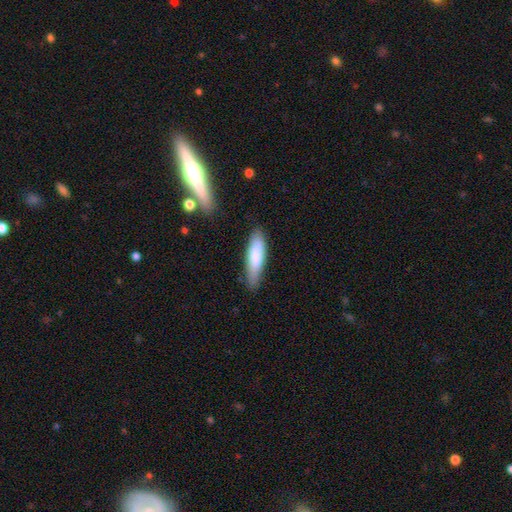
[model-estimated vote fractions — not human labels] This is clearly a smooth galaxy (80%). How rounded: likely cigar-shaped (60%). Merging: likely none (78%).